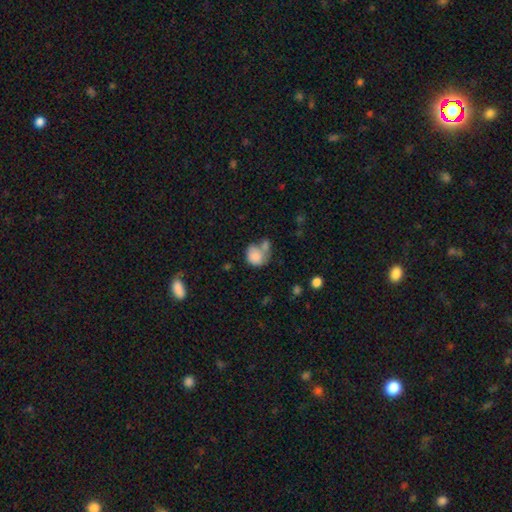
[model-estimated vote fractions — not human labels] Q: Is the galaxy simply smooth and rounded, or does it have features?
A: smooth — 81%.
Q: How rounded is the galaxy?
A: round — 66%.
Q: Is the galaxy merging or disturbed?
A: merger — 44%.